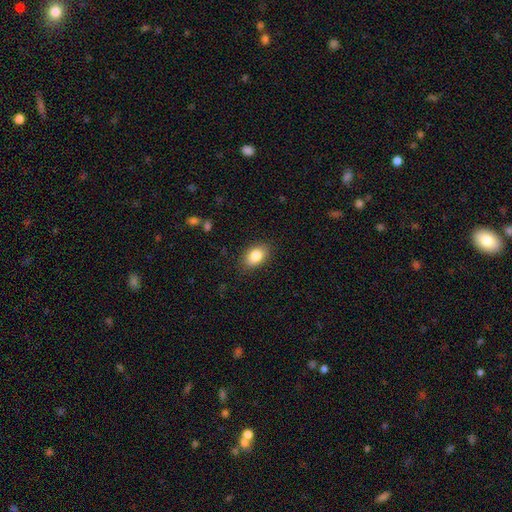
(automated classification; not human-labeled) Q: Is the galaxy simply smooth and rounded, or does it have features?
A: smooth — 84%.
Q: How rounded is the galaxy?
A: in between — 86%.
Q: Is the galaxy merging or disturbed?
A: none — 86%.